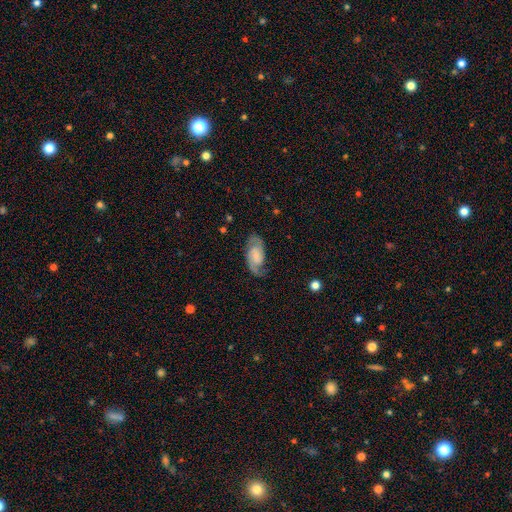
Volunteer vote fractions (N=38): smooth-or-featured: featured or disk: 76% | smooth: 21% | star or artifact: 3%
  disk-edge-on: no: 97% | yes: 3%
    bar: weak: 46% (tied) | no: 46% (tied) | strong: 7%
    has-spiral-arms: yes: 96% | no: 4%
      spiral-winding: medium: 56% | tight: 26% | loose: 19%
      spiral-arm-count: 2: 89% | 1: 11% | 3: 0% | 4: 0% | more than 4: 0% | can't tell: 0%
    bulge-size: small: 57% | none: 32% | dominant: 4% | large: 4% | moderate: 4%
  merging: none: 86% | minor disturbance: 11% | major disturbance: 3% | merger: 0%